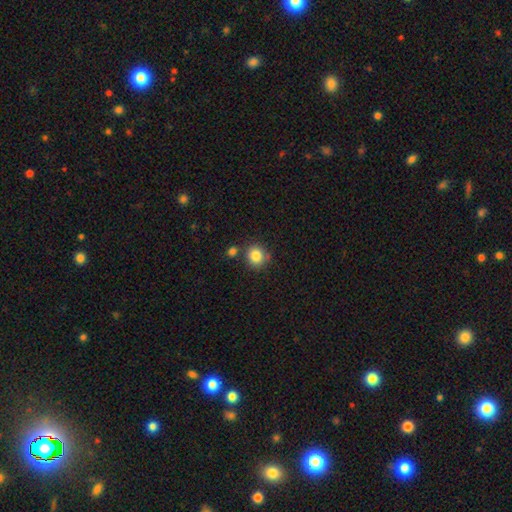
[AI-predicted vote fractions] Smooth or featured: smooth — 84% (star or artifact — 10%)
How rounded: round — 84% (in between — 15%)
Merging: none — 73% (minor disturbance — 12%)